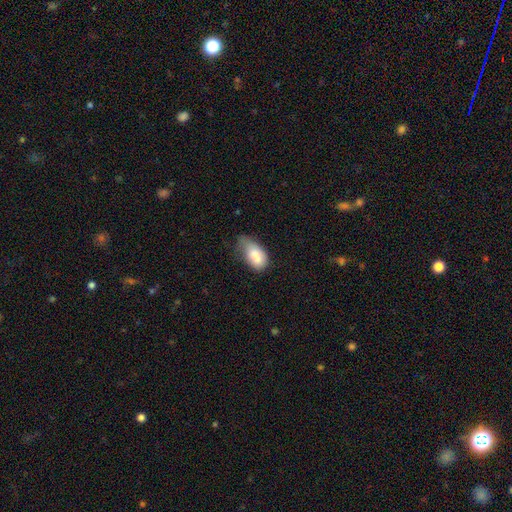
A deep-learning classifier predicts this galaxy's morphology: Overall: smooth (79%). How rounded: in between (92%). Merging: minor disturbance (47%; none 28%).